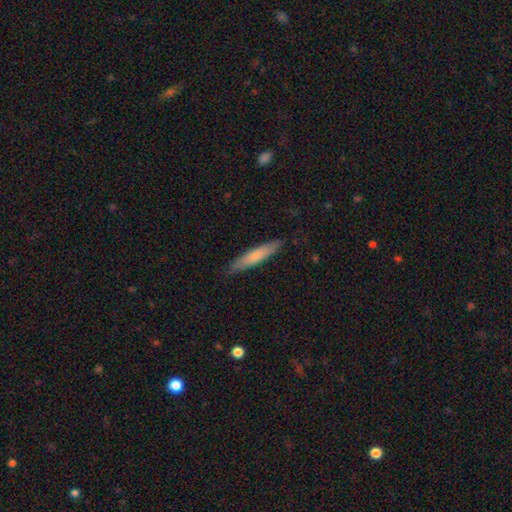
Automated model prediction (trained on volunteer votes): Morphology: type=smooth (68%); roundness=cigar-shaped (88%); merging=none (86%).